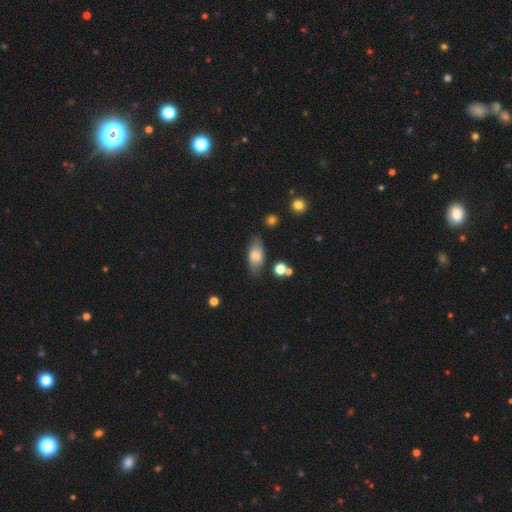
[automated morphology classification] smooth_or_featured: smooth (p=0.68) [alt: featured or disk p=0.24]
how_rounded: in between (p=0.84) [alt: cigar-shaped p=0.11]
merging: none (p=0.74) [alt: minor disturbance p=0.18]